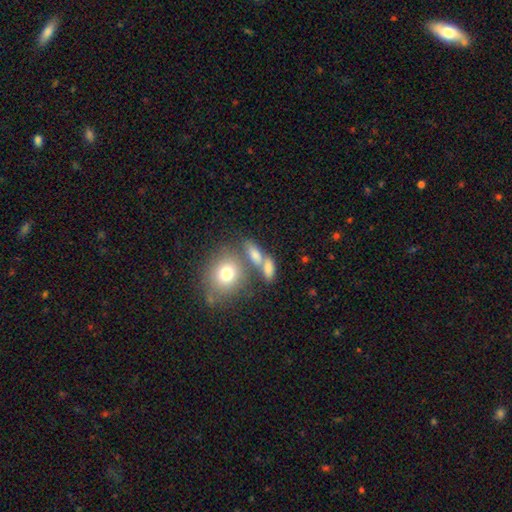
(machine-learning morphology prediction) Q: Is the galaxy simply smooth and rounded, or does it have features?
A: smooth — 69%.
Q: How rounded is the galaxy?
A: in between — 59%.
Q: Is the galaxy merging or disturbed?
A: none — 47%.